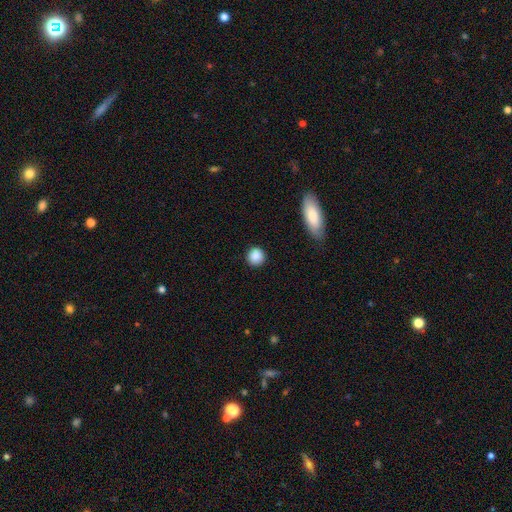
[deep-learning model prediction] Smooth or featured?
  - smooth: 88% *
  - star or artifact: 8%
  - featured or disk: 4%
How rounded?
  - round: 92% *
  - in between: 7%
  - cigar-shaped: 1%
Merging?
  - none: 90% *
  - minor disturbance: 7%
  - major disturbance: 2%
  - merger: 1%